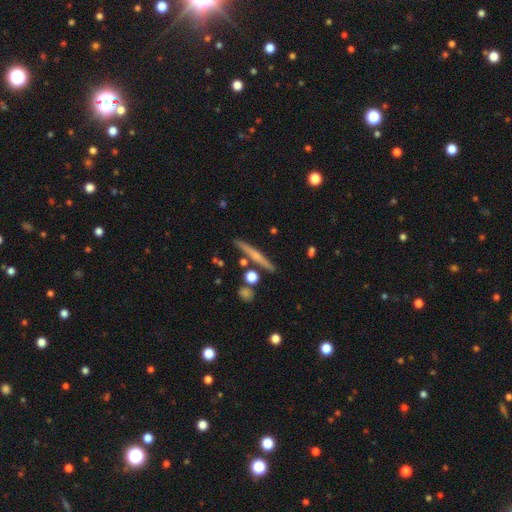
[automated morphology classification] Overall: featured or disk (53%; smooth 40%). Edge-on disk: yes (97%). Edge-on bulge: rounded (50%; none 44%). Merging: none (87%).